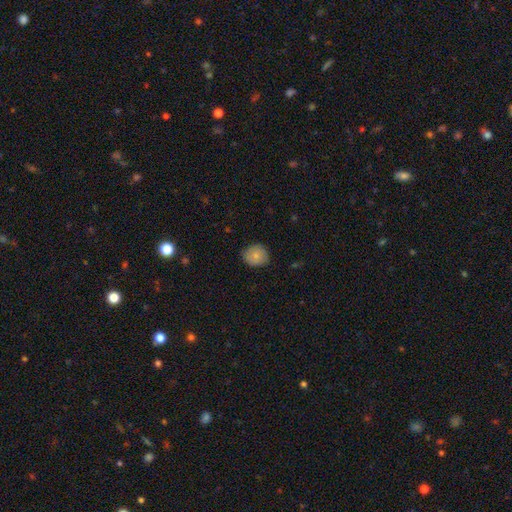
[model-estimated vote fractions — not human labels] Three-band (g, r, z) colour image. It shows a smooth galaxy with no disk features (76%) that is round (77%). Merging: none (81%).